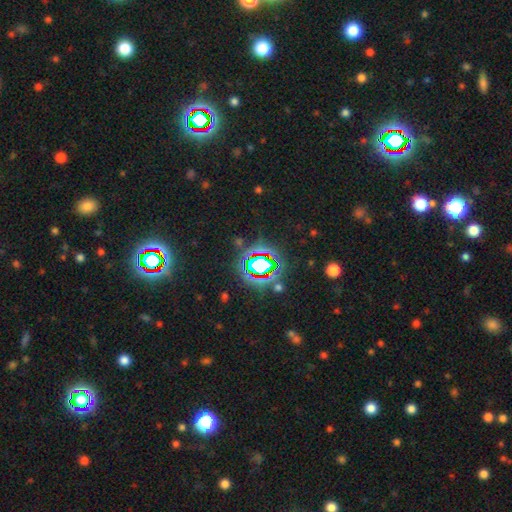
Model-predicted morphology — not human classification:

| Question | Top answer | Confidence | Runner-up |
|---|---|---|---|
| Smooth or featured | star or artifact | 81% | smooth (12%) |